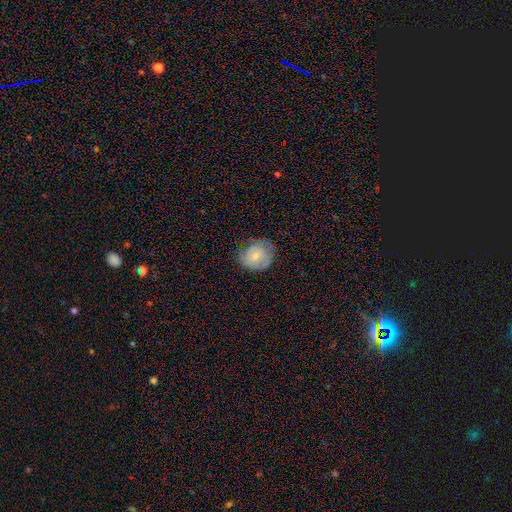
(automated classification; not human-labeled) This appears to be a smooth galaxy with no disk features (65%) that is round (62%). Merging: none (62%).